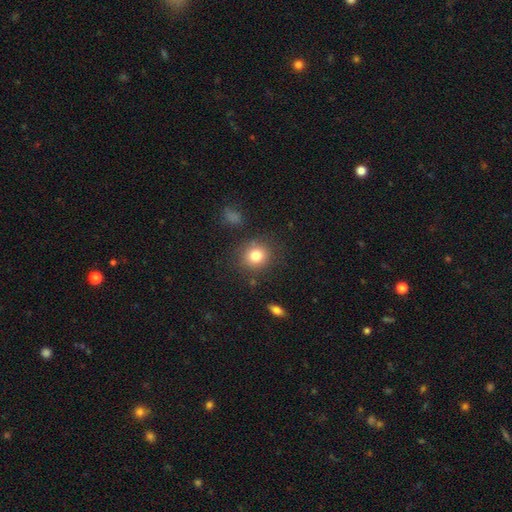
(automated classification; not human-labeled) Morphology: type=smooth (81%); roundness=round (83%); merging=none (83%).